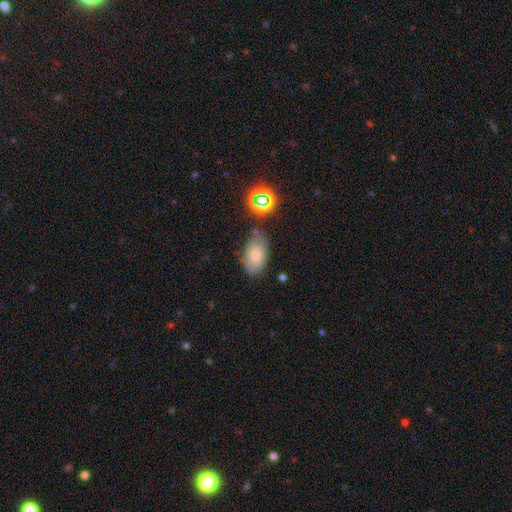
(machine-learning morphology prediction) A smooth galaxy with no disk features (68%) that is in between round and cigar-shaped (90%). Merging: none (67%).